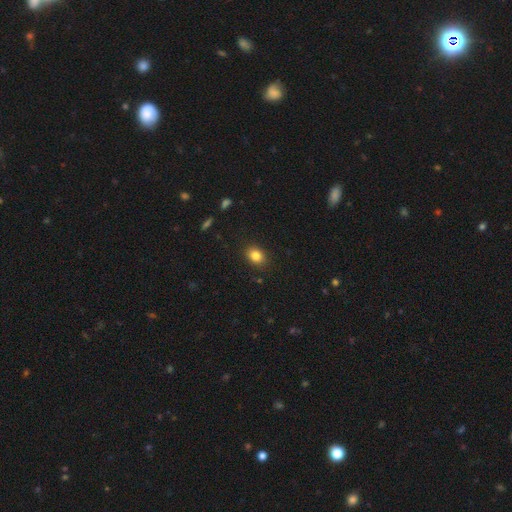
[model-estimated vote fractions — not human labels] This appears to be a smooth galaxy with no disk features (84%) that is in between round and cigar-shaped (59%). Merging: none (87%).